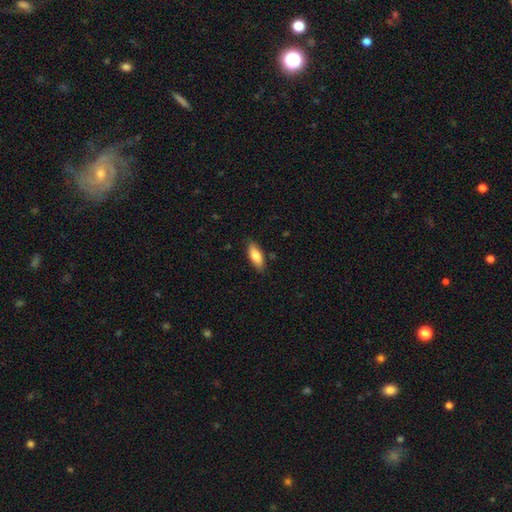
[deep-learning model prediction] smooth_or_featured: smooth (p=0.79) [alt: featured or disk p=0.14]
how_rounded: in between (p=0.74) [alt: cigar-shaped p=0.24]
merging: none (p=0.85) [alt: minor disturbance p=0.12]